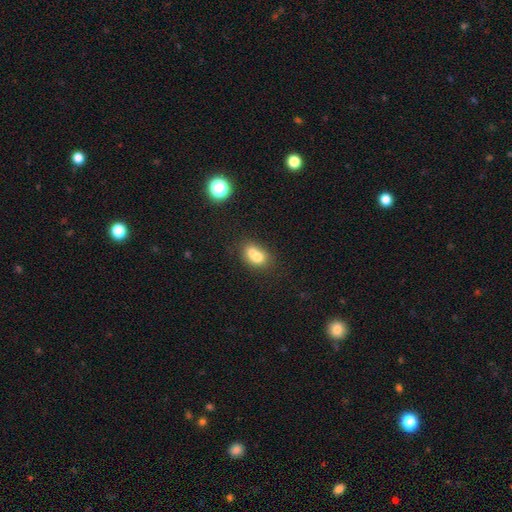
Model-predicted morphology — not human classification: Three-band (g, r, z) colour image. It shows a smooth galaxy with no disk features (70%) that is in between round and cigar-shaped (56%). Merging: merger (60%).